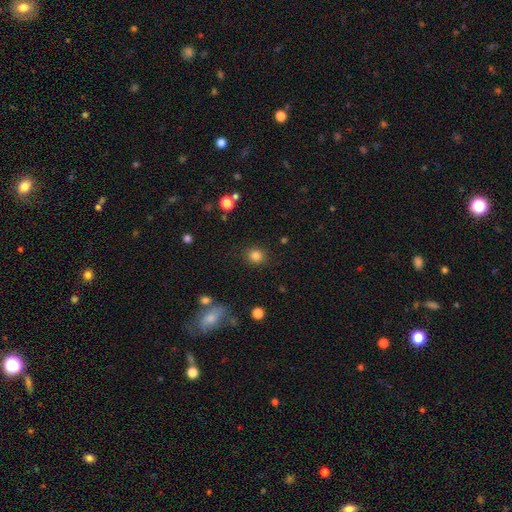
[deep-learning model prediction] Morphology: type=smooth (84%); roundness=round (83%); merging=none (88%).